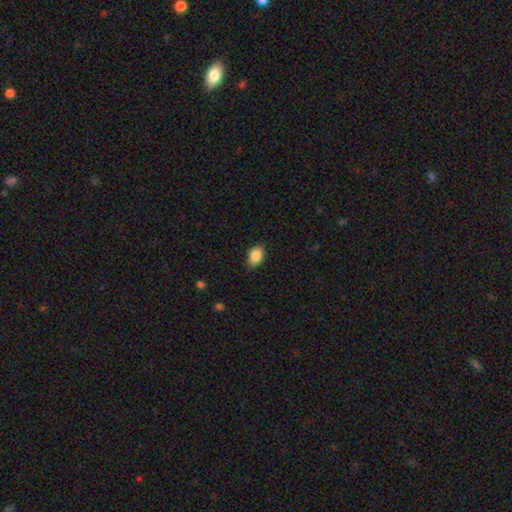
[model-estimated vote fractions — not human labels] Overall: smooth (87%). How rounded: in between (85%). Merging: none (85%).